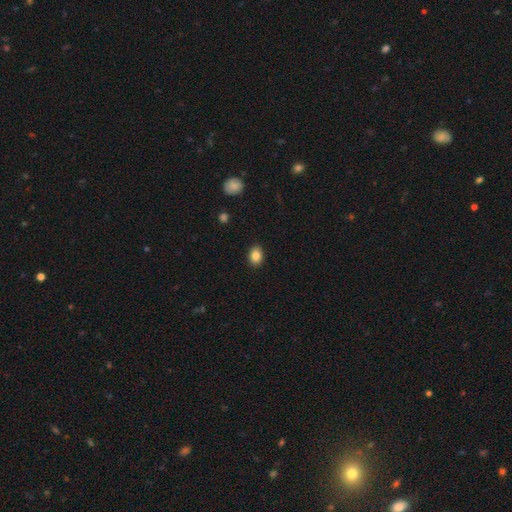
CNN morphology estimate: Smooth or featured: smooth — 86% (star or artifact — 9%)
How rounded: in between — 71% (round — 28%)
Merging: none — 89% (minor disturbance — 8%)